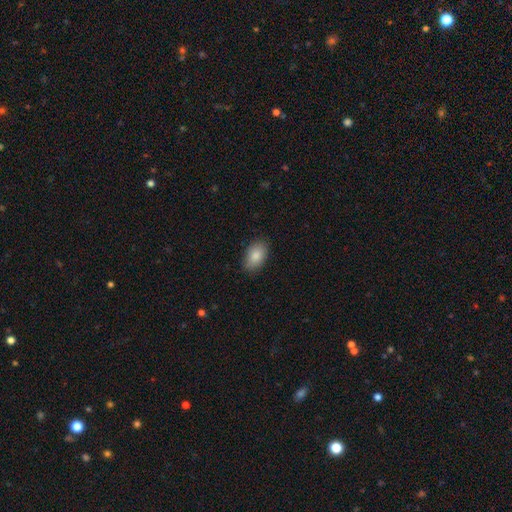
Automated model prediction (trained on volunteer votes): Smooth or featured? Predicted: smooth (p=0.86). How rounded? Predicted: in between (p=0.90). Merging? Predicted: none (p=0.85).